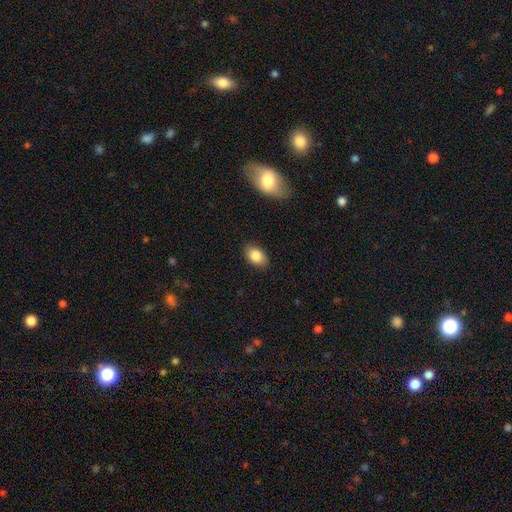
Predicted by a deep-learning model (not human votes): Q: Smooth or featured?
A: smooth (84%); runner-up: featured or disk (8%)
Q: How rounded?
A: in between (87%); runner-up: round (11%)
Q: Merging?
A: none (87%); runner-up: minor disturbance (10%)